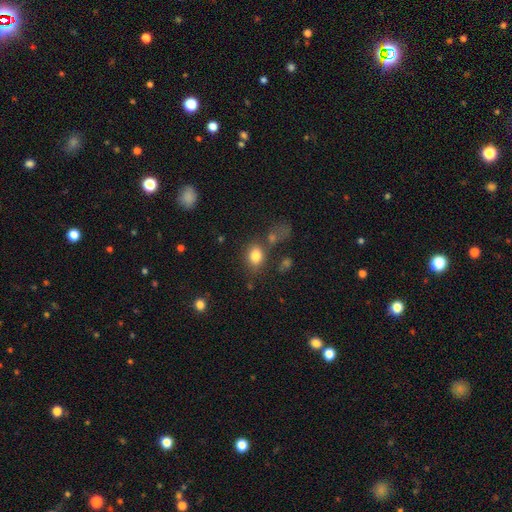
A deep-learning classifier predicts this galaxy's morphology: Smooth or featured: smooth — 82% (star or artifact — 10%)
How rounded: in between — 62% (round — 37%)
Merging: none — 61% (minor disturbance — 16%)